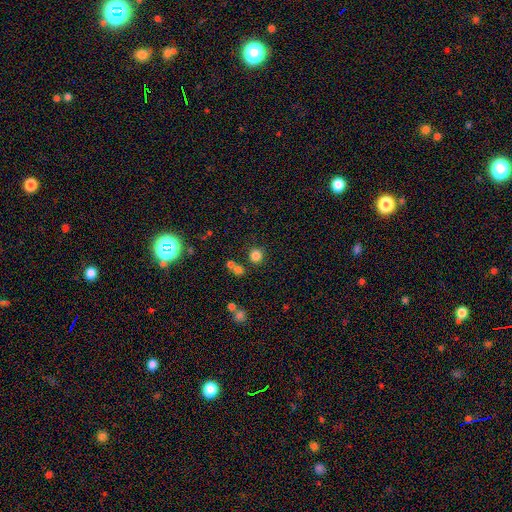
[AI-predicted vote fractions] smooth 81%, star or artifact 14%, featured or disk 5%. Down the decision tree: how rounded — round (91%); merging — none (79%).